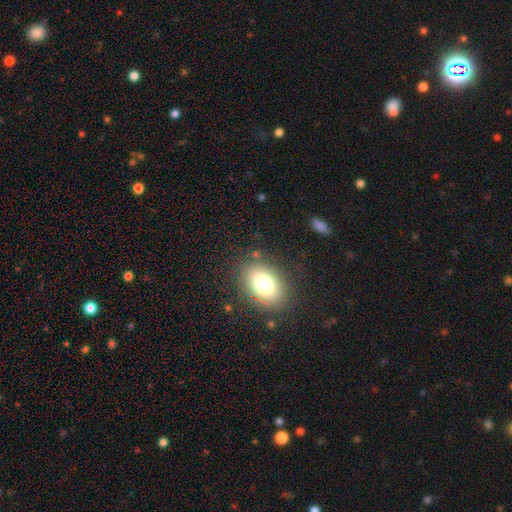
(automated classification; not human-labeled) A smooth galaxy with no disk features (73%) that is in between round and cigar-shaped (73%). Merging: none (89%).